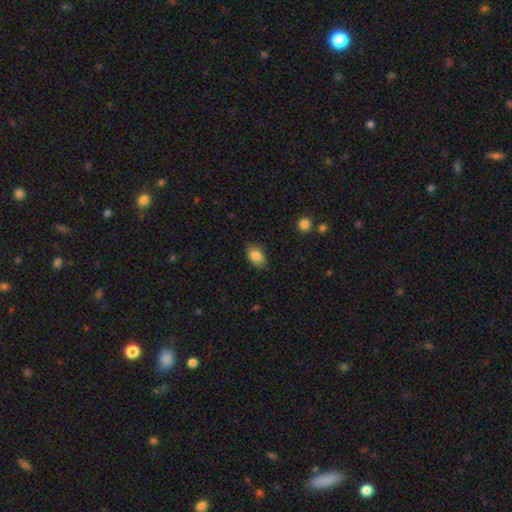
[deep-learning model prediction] smooth-or-featured: smooth: 86% | star or artifact: 8% | featured or disk: 7%
  how-rounded: in between: 89% | round: 9% | cigar-shaped: 2%
  merging: none: 84% | minor disturbance: 12% | major disturbance: 3% | merger: 1%